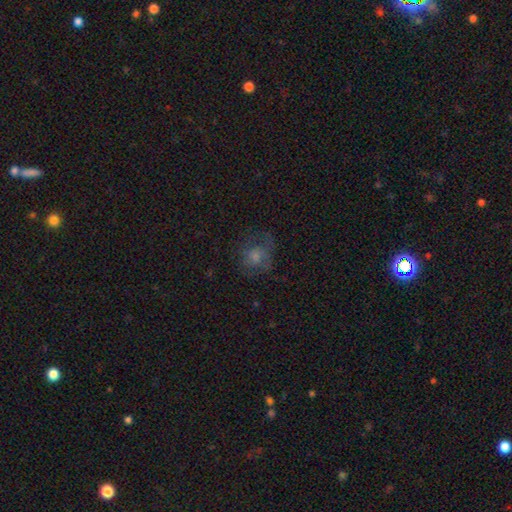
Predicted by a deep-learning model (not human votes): Smooth or featured? smooth (63%)
How rounded? round (72%)
Merging? none (49%)